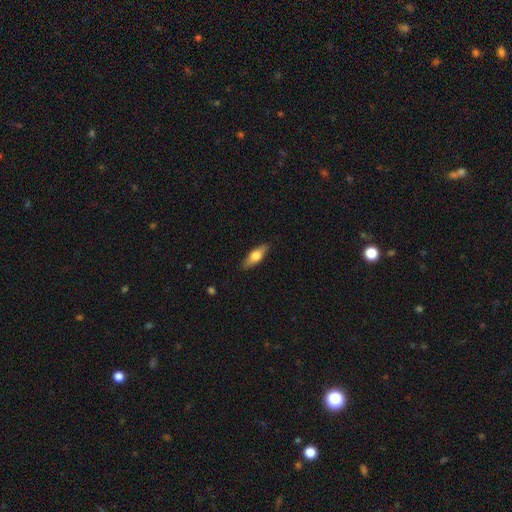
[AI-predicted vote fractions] Smooth or featured: smooth — 61% (featured or disk — 33%)
How rounded: in between — 59% (cigar-shaped — 39%)
Merging: none — 87% (minor disturbance — 10%)